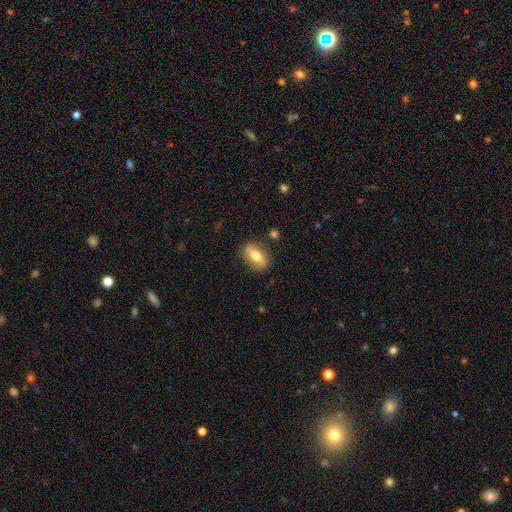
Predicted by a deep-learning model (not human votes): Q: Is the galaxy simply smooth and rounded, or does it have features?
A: smooth — 55%.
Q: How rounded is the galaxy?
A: in between — 80%.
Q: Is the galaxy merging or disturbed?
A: none — 82%.